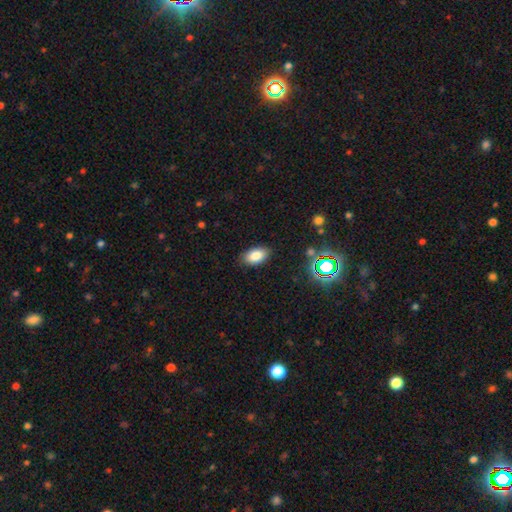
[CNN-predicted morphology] type=smooth (82%); roundness=in between (92%); merging=none (87%).